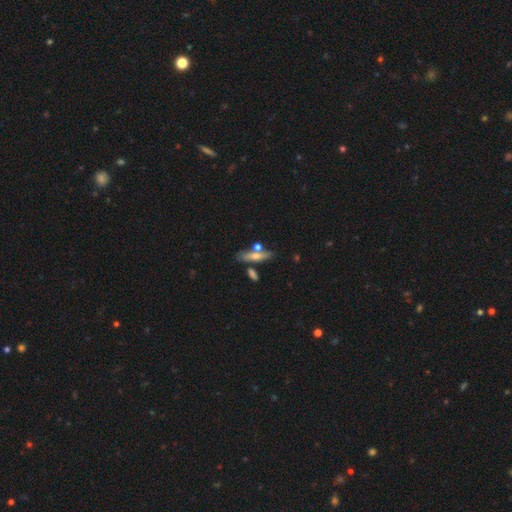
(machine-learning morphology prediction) A smooth galaxy with no disk features (56%) that is cigar-shaped (73%). Merging: none (68%).